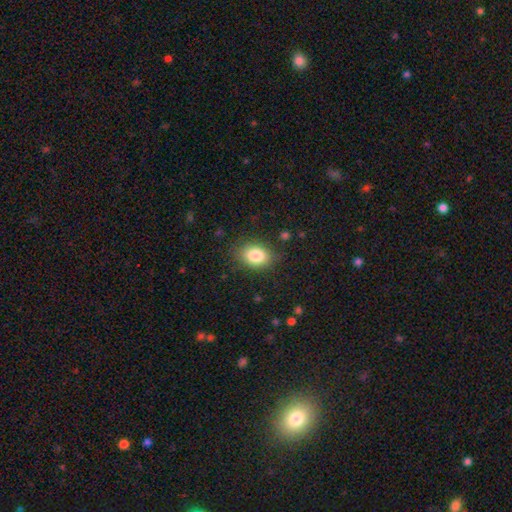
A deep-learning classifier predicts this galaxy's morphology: Overall: smooth (84%). How rounded: in between (75%). Merging: none (81%).